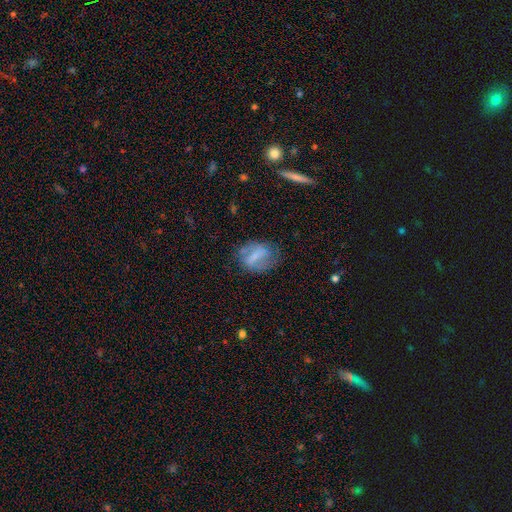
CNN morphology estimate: smooth 48%, featured or disk 43%, star or artifact 9%. Down the decision tree: merging — none (60%).